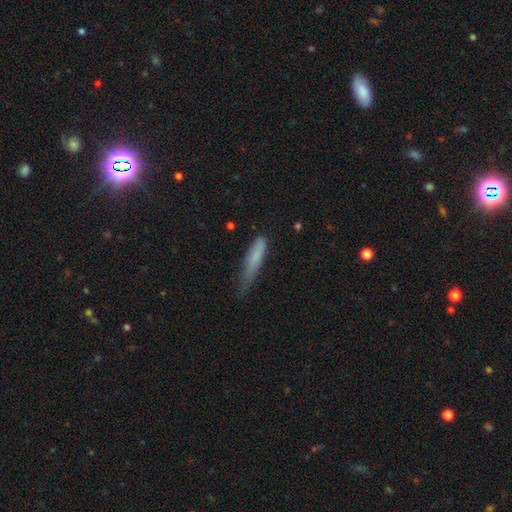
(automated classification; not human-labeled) smooth 77%, featured or disk 15%, star or artifact 8%. Down the decision tree: how rounded — cigar-shaped (81%); merging — minor disturbance (43%).